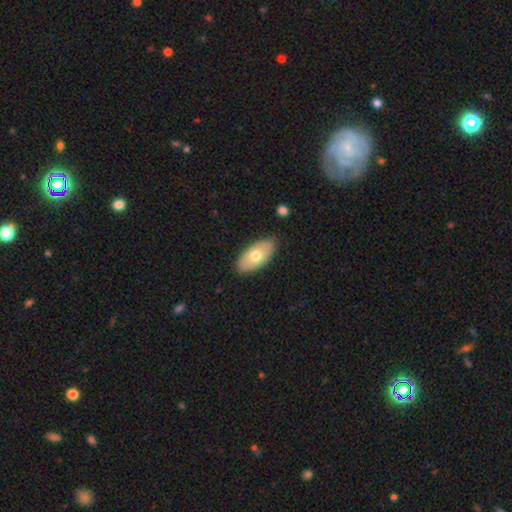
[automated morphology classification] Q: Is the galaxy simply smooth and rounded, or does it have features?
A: smooth — 68%.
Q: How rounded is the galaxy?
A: in between — 94%.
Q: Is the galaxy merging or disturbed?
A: none — 85%.